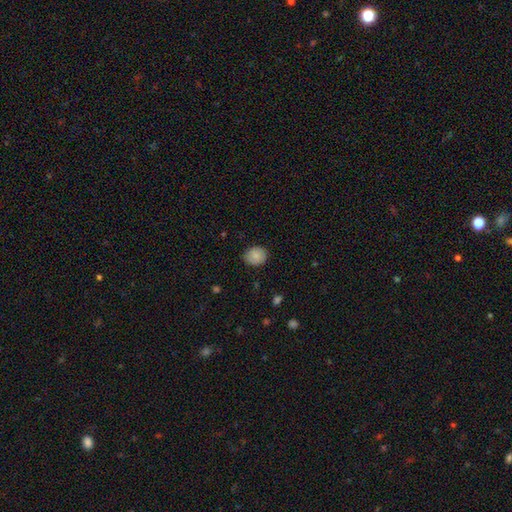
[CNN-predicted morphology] A smooth galaxy with no disk features (82%) that is round (65%).

Vote fractions:
- Smooth or featured? smooth: 82% / featured or disk: 11% / star or artifact: 8%
- How rounded? round: 65% / in between: 34% / cigar-shaped: 1%
- Merging? none: 81% / minor disturbance: 15% / major disturbance: 3% / merger: 1%